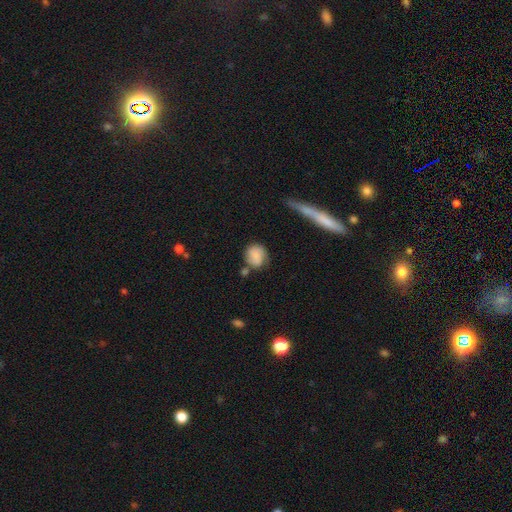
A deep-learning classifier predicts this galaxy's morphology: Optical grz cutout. It shows a smooth galaxy with no disk features (76%) that is round (71%). Merging: none (59%).